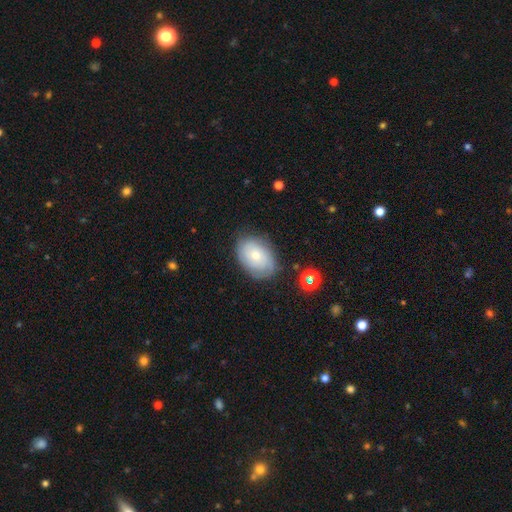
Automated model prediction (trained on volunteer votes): Smooth or featured? Predicted: smooth (p=0.52). How rounded? Predicted: in between (p=0.77). Merging? Predicted: none (p=0.72).